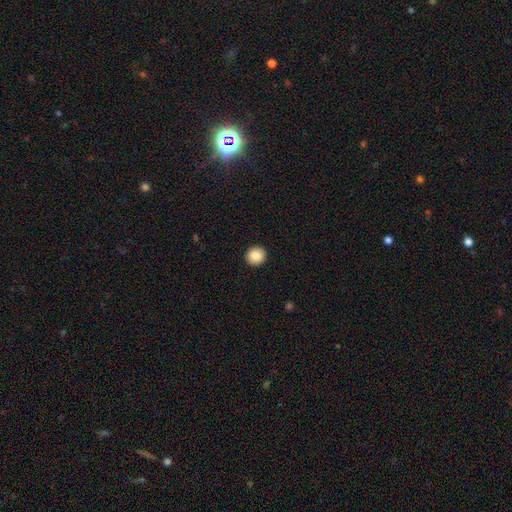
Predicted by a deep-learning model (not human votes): Smooth or featured?
  - smooth: 86% *
  - star or artifact: 8%
  - featured or disk: 6%
How rounded?
  - round: 92% *
  - in between: 7%
  - cigar-shaped: 1%
Merging?
  - none: 93% *
  - minor disturbance: 4%
  - major disturbance: 1%
  - merger: 1%